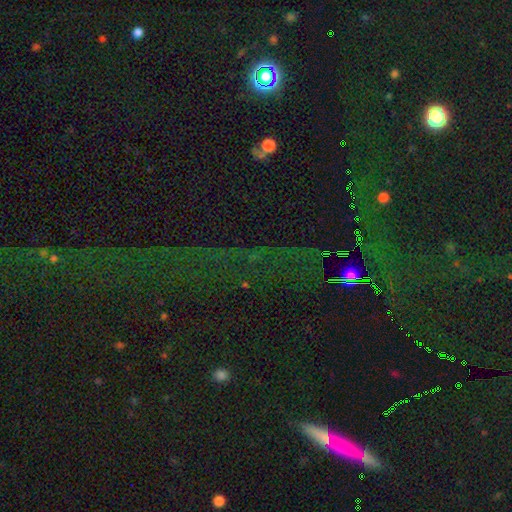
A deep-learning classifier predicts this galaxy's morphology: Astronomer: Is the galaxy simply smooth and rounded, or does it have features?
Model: star or artifact — 75%.